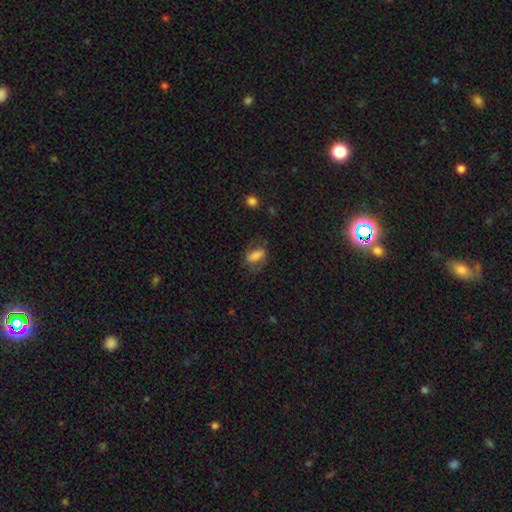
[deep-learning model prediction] smooth 68%, featured or disk 24%, star or artifact 9%. Down the decision tree: how rounded — in between (76%); merging — none (63%).